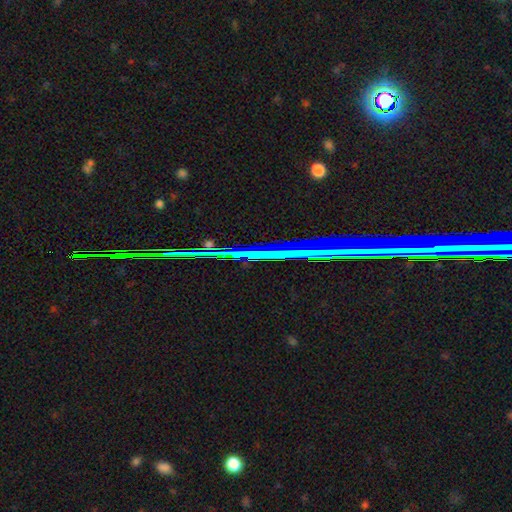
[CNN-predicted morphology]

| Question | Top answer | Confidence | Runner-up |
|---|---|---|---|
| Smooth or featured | star or artifact | 80% | featured or disk (11%) |